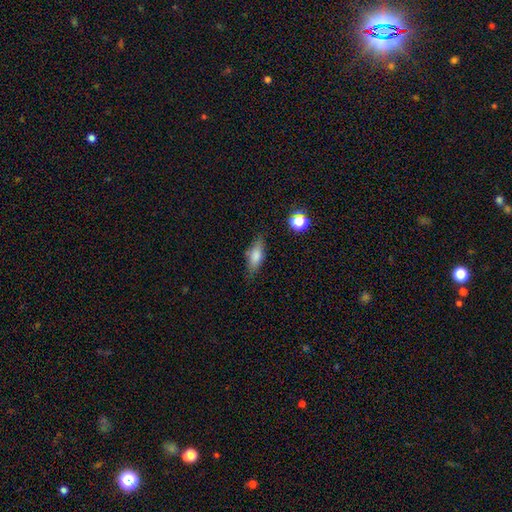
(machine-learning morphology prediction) The model was most divided on "how rounded": in between: 67%, cigar-shaped: 29%, round: 4%. More confident: merging — none (76%); smooth or featured — smooth (71%).